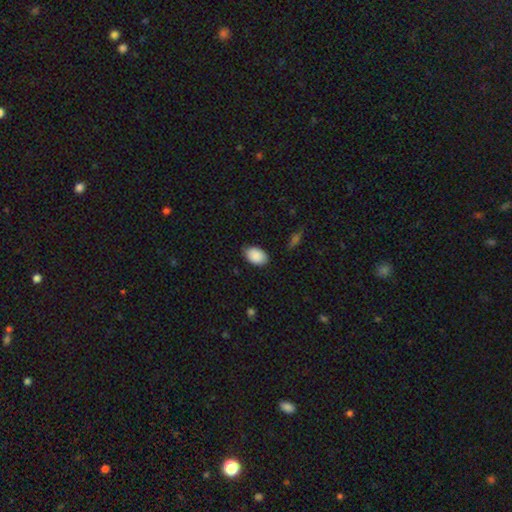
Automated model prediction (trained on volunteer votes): Smooth or featured?
  - smooth: 90% *
  - star or artifact: 7%
  - featured or disk: 3%
How rounded?
  - in between: 87% *
  - round: 12%
  - cigar-shaped: 1%
Merging?
  - none: 84% *
  - minor disturbance: 13%
  - major disturbance: 3%
  - merger: 1%